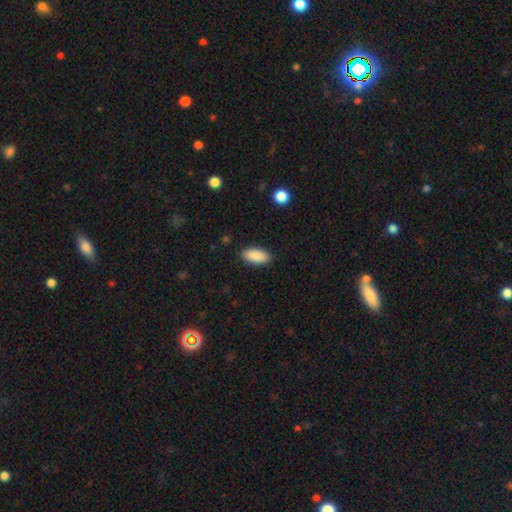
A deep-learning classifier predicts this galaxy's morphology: The model was most divided on "merging": none: 88%, minor disturbance: 8%, major disturbance: 2%, merger: 1%. More confident: smooth or featured — smooth (90%); how rounded — in between (90%).